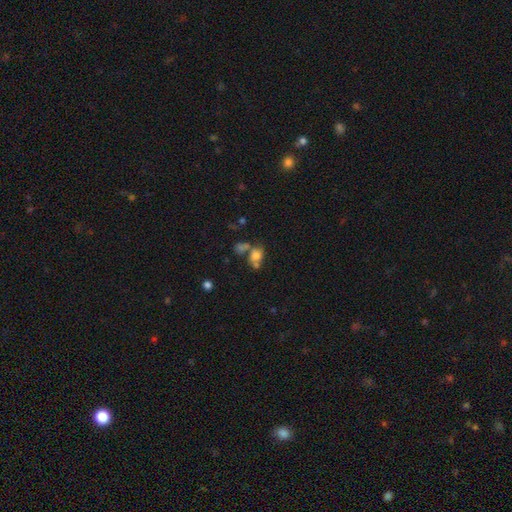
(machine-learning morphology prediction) A smooth galaxy with no disk features (69%) that is in between round and cigar-shaped (61%).

Vote fractions:
- Smooth or featured? smooth: 69% / featured or disk: 17% / star or artifact: 15%
- How rounded? in between: 61% / round: 37% / cigar-shaped: 2%
- Merging? merger: 42% / none: 33% / minor disturbance: 14% / major disturbance: 11%